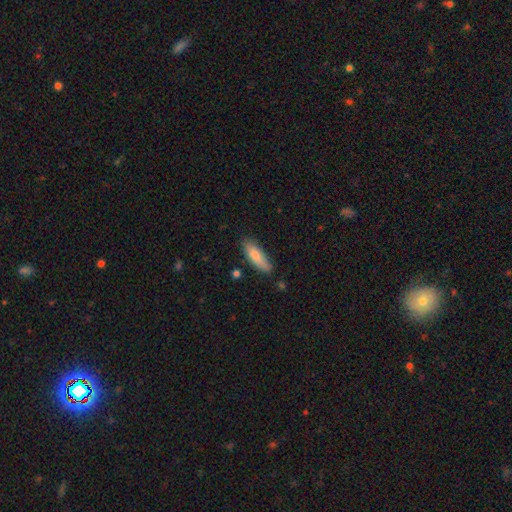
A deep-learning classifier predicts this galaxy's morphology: smooth-or-featured: smooth: 82% | featured or disk: 12% | star or artifact: 6%
  how-rounded: in between: 55% | cigar-shaped: 43% | round: 2%
  merging: none: 77% | minor disturbance: 17% | major disturbance: 3% | merger: 2%